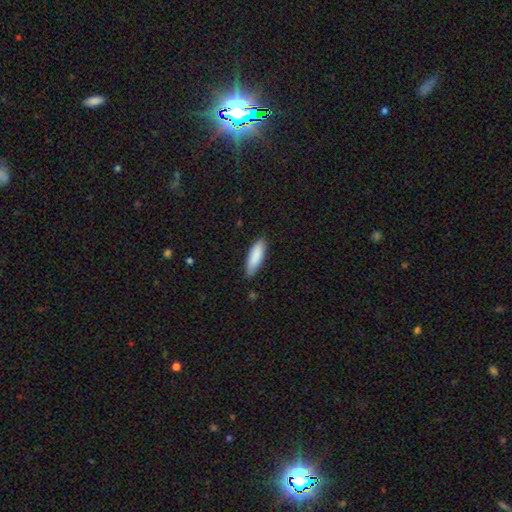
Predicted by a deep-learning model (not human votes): smooth_or_featured: smooth (p=0.88) [alt: featured or disk p=0.07]
how_rounded: in between (p=0.54) [alt: cigar-shaped p=0.45]
merging: none (p=0.82) [alt: minor disturbance p=0.15]